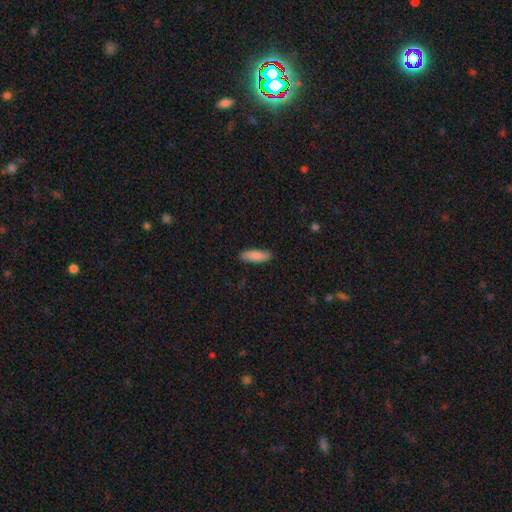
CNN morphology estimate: Smooth or featured? Predicted: smooth (p=0.87). How rounded? Predicted: in between (p=0.57). Merging? Predicted: none (p=0.86).